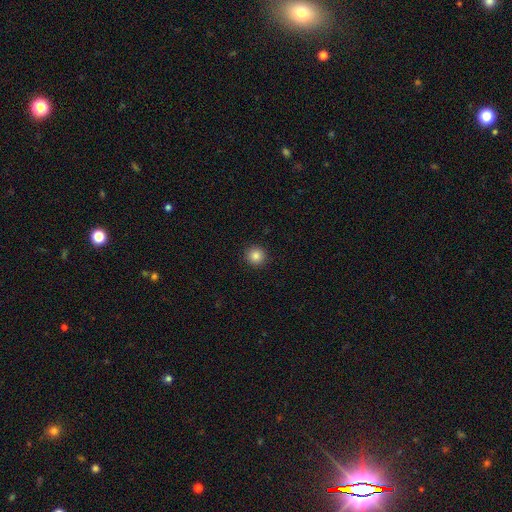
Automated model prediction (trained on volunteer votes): Overall: smooth (85%). How rounded: round (95%). Merging: none (93%).